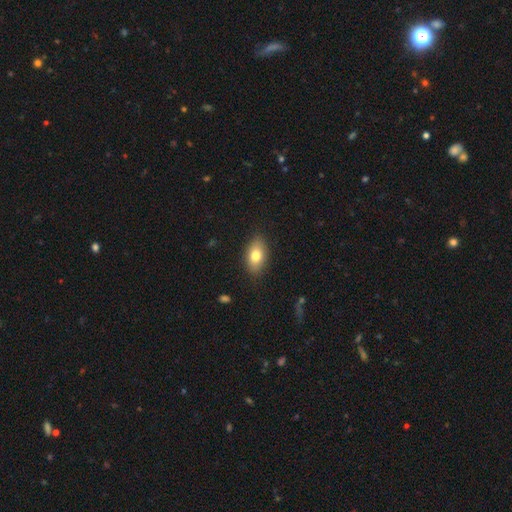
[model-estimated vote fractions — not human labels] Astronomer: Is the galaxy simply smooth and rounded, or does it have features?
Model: smooth — 77%.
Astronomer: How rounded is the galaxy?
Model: in between — 88%.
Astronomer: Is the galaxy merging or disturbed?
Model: none — 86%.